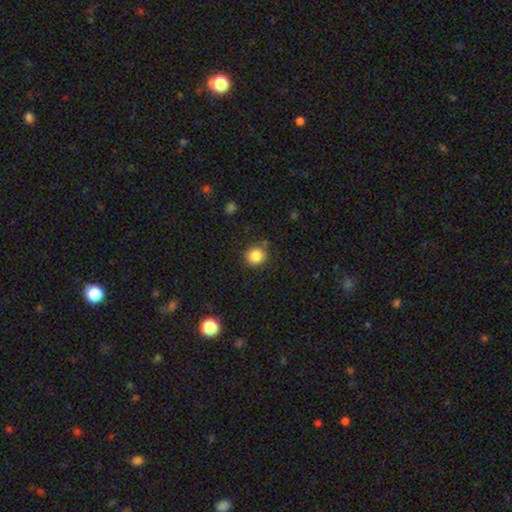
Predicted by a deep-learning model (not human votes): A smooth galaxy with no disk features (85%) that is round (88%).

Vote fractions:
- Smooth or featured? smooth: 85% / star or artifact: 10% / featured or disk: 5%
- How rounded? round: 88% / in between: 11% / cigar-shaped: 1%
- Merging? none: 85% / minor disturbance: 9% / major disturbance: 3% / merger: 3%